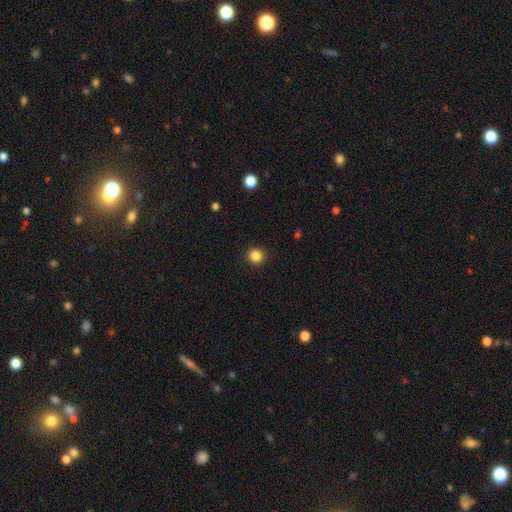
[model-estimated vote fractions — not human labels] Smooth or featured?
  - smooth: 85% *
  - star or artifact: 11%
  - featured or disk: 3%
How rounded?
  - round: 93% *
  - in between: 6%
  - cigar-shaped: 1%
Merging?
  - none: 92% *
  - minor disturbance: 5%
  - major disturbance: 2%
  - merger: 1%